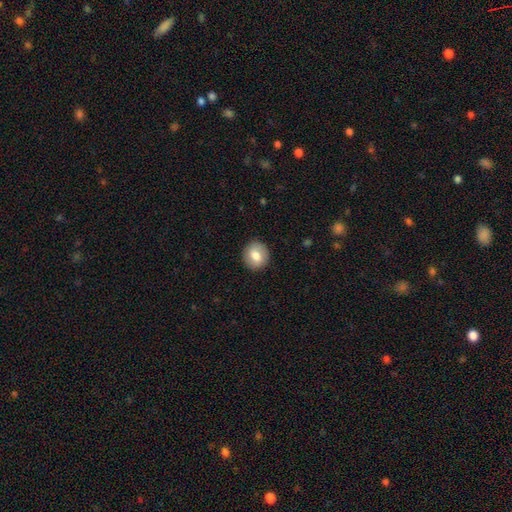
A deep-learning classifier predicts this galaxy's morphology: A smooth galaxy with no disk features (77%) that is round (84%).

Vote fractions:
- Smooth or featured? smooth: 77% / featured or disk: 16% / star or artifact: 8%
- How rounded? round: 84% / in between: 15% / cigar-shaped: 1%
- Merging? none: 90% / minor disturbance: 7% / major disturbance: 2% / merger: 1%